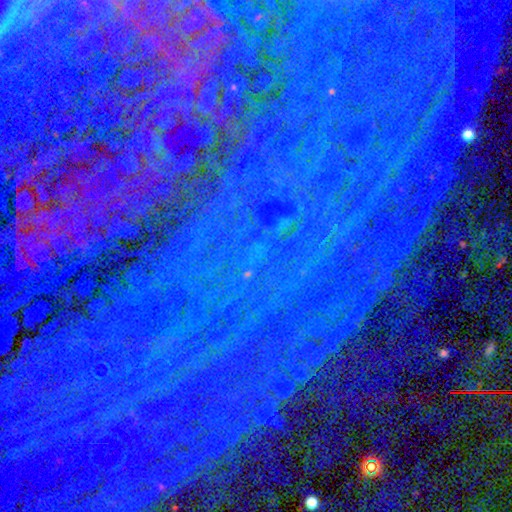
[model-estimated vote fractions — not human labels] Smooth or featured?
  - star or artifact: 86% *
  - featured or disk: 7%
  - smooth: 7%